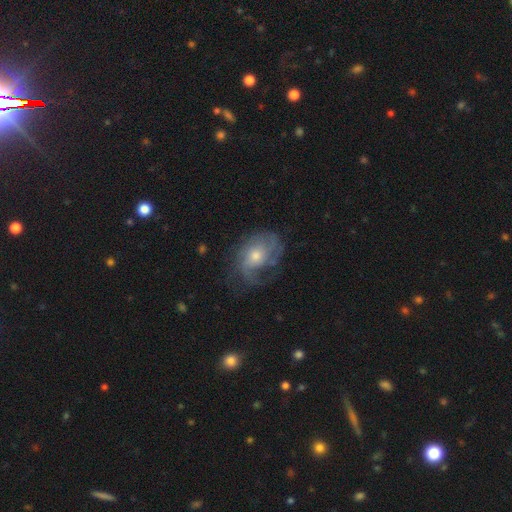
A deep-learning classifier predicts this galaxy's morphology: smooth-or-featured: featured or disk: 72% | smooth: 21% | star or artifact: 8%
  disk-edge-on: no: 97% | yes: 3%
    bar: no: 77% | weak: 20% | strong: 3%
    has-spiral-arms: yes: 85% | no: 15%
      spiral-winding: medium: 40% | tight: 36% | loose: 24%
      spiral-arm-count: can't tell: 32% | 2: 30% | 1: 16% | 3: 14% | 4: 4% | more than 4: 4%
    bulge-size: moderate: 54% | small: 39% | large: 4% | none: 2% | dominant: 1%
  merging: none: 53% | minor disturbance: 24% | major disturbance: 21% | merger: 2%